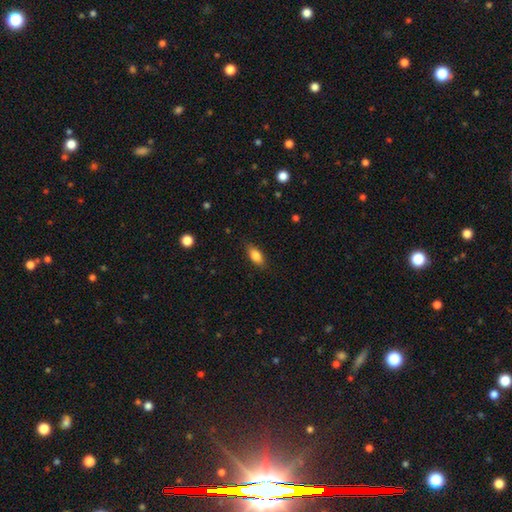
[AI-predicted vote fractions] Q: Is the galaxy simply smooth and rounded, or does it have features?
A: smooth — 82%.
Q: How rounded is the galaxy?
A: in between — 82%.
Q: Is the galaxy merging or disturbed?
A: none — 83%.